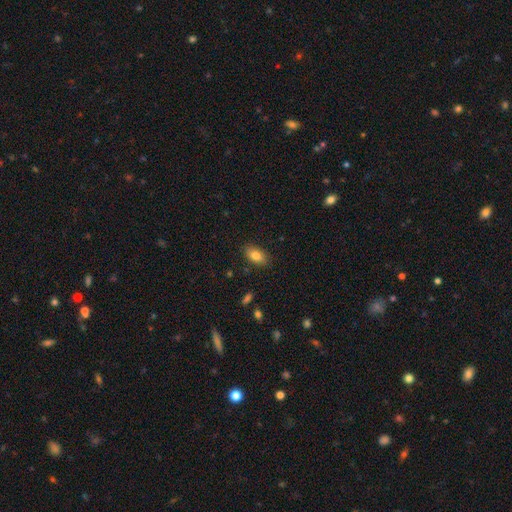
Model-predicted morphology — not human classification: This appears to be a smooth galaxy with no disk features (82%) that is in between round and cigar-shaped (90%). Merging: none (87%).